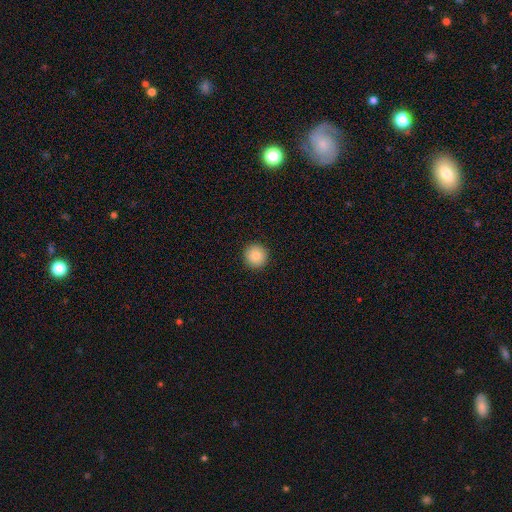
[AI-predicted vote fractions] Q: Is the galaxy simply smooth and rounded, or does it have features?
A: smooth — 86%.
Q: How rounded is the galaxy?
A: round — 96%.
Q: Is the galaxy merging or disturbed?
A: none — 94%.